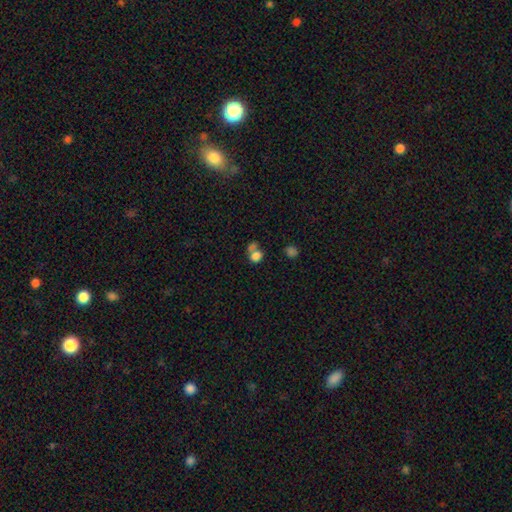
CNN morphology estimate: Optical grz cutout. It shows a smooth galaxy with no disk features (75%) that is round (55%). Merging: merger (49%).